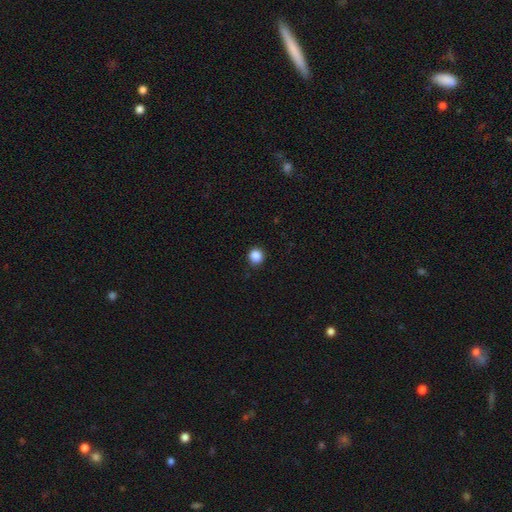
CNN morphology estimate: Overall: smooth (87%). How rounded: round (92%). Merging: none (92%).